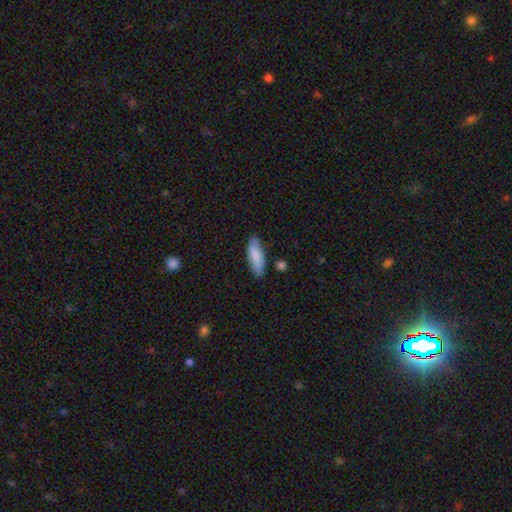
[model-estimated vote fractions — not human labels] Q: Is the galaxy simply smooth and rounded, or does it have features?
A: smooth — 82%.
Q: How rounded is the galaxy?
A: in between — 63%.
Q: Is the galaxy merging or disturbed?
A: none — 73%.